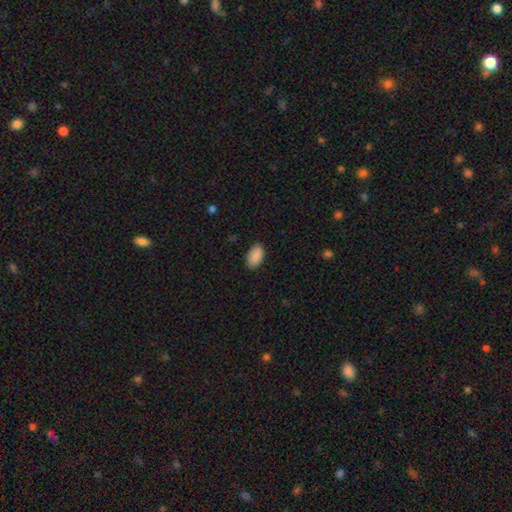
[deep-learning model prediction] A smooth galaxy with no disk features (90%) that is in between round and cigar-shaped (94%).

Vote fractions:
- Smooth or featured? smooth: 90% / star or artifact: 7% / featured or disk: 3%
- How rounded? in between: 94% / round: 3% / cigar-shaped: 2%
- Merging? none: 86% / minor disturbance: 11% / major disturbance: 2% / merger: 1%